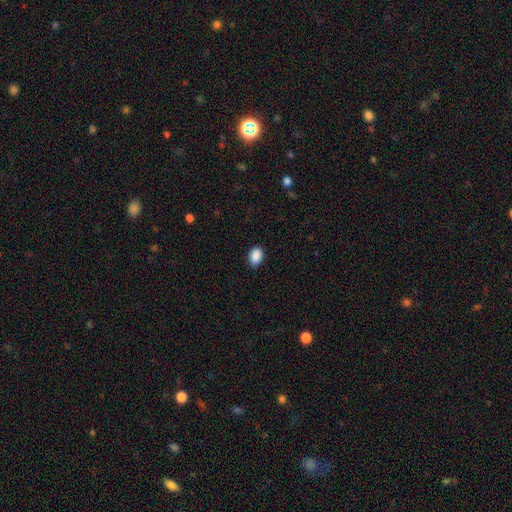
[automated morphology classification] Overall: smooth (90%). How rounded: in between (82%). Merging: none (86%).